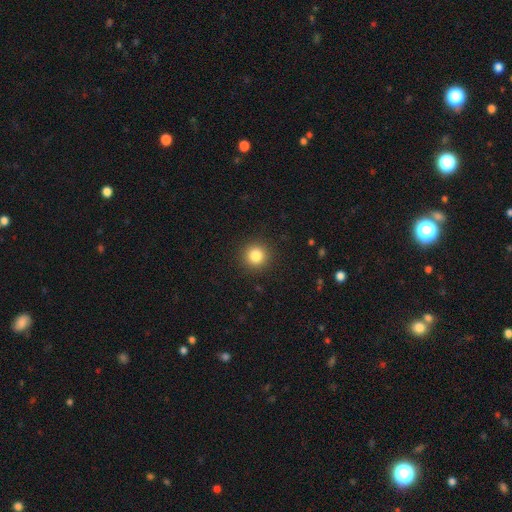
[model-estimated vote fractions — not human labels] A smooth galaxy with no disk features (84%) that is round (94%).

Vote fractions:
- Smooth or featured? smooth: 84% / star or artifact: 11% / featured or disk: 5%
- How rounded? round: 94% / in between: 5% / cigar-shaped: 1%
- Merging? none: 92% / minor disturbance: 5% / major disturbance: 2% / merger: 1%